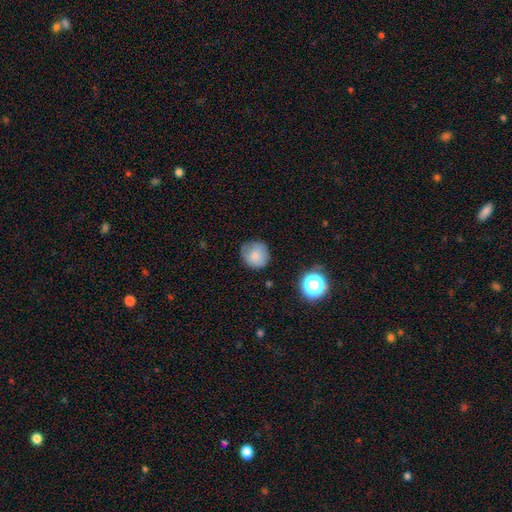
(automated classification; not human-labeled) This is clearly a smooth galaxy (81%). How rounded: clearly round (88%). Merging: likely none (74%).